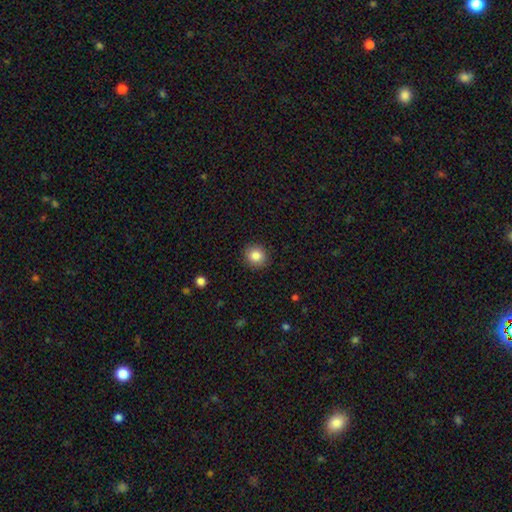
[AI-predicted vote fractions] smooth 85%, star or artifact 9%, featured or disk 6%. Down the decision tree: how rounded — round (88%); merging — none (90%).